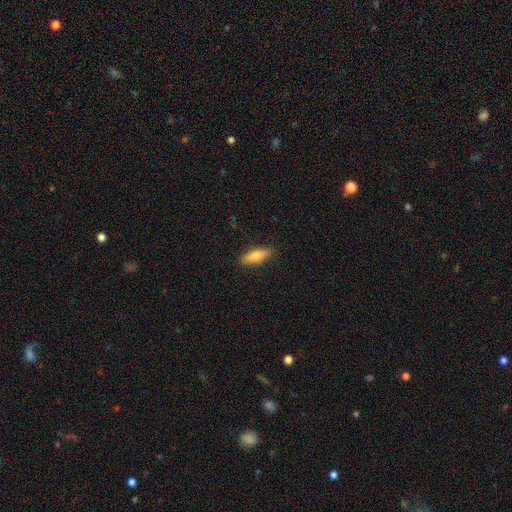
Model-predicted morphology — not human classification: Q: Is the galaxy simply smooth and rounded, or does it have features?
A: smooth — 70%.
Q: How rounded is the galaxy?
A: cigar-shaped — 54%.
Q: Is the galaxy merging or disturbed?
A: none — 88%.